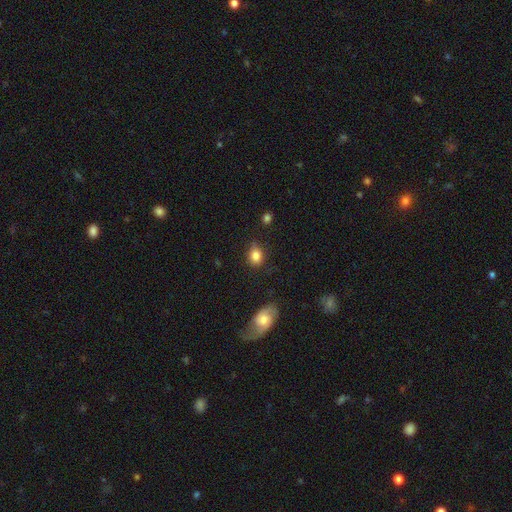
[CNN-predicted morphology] The model was most divided on "how rounded": in between: 53%, round: 46%, cigar-shaped: 1%. More confident: smooth or featured — smooth (84%); merging — none (74%).